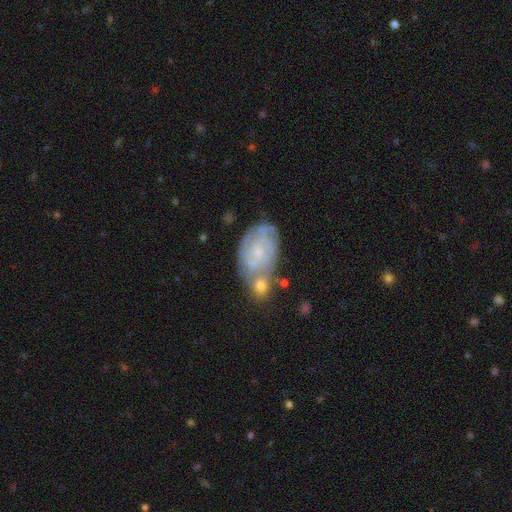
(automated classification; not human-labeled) The model was most divided on "merging": none: 46%, merger: 32%, minor disturbance: 16%, major disturbance: 7%. More confident: edge-on disk — no (95%); spiral arms — yes (80%); bulge size — small (71%); bar — no (67%); smooth or featured — featured or disk (62%).